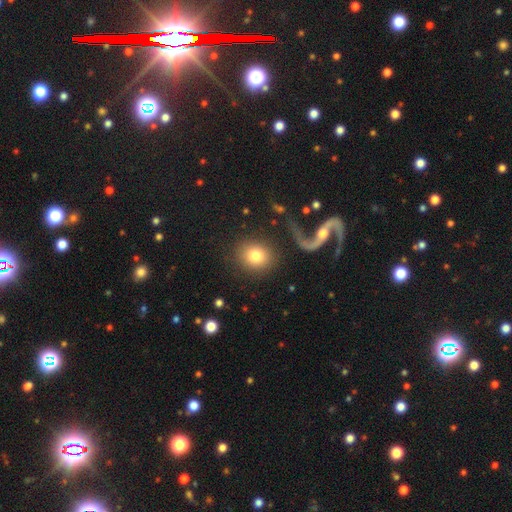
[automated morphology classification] smooth_or_featured: smooth (p=0.77) [alt: featured or disk p=0.15]
how_rounded: round (p=0.81) [alt: in between p=0.18]
merging: none (p=0.76) [alt: major disturbance p=0.09]